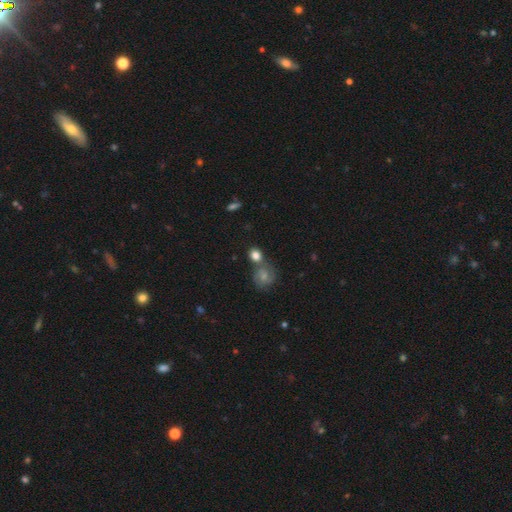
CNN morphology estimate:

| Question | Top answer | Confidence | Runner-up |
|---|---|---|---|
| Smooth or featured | smooth | 74% | featured or disk (15%) |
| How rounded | round | 73% | in between (26%) |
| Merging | none | 52% | merger (32%) |